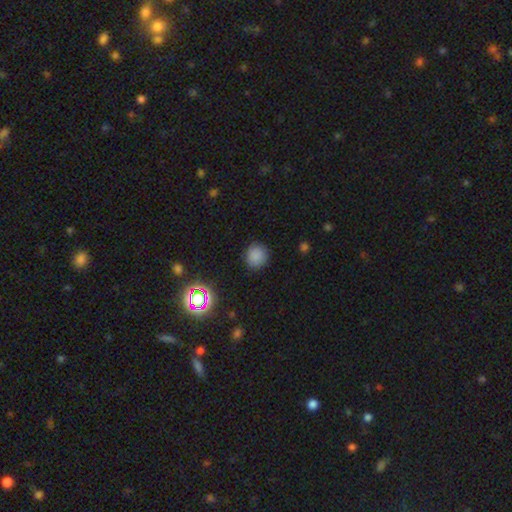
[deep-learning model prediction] smooth-or-featured: smooth: 81% | star or artifact: 15% | featured or disk: 4%
  how-rounded: round: 88% | in between: 11% | cigar-shaped: 1%
  merging: none: 87% | minor disturbance: 9% | major disturbance: 3% | merger: 1%